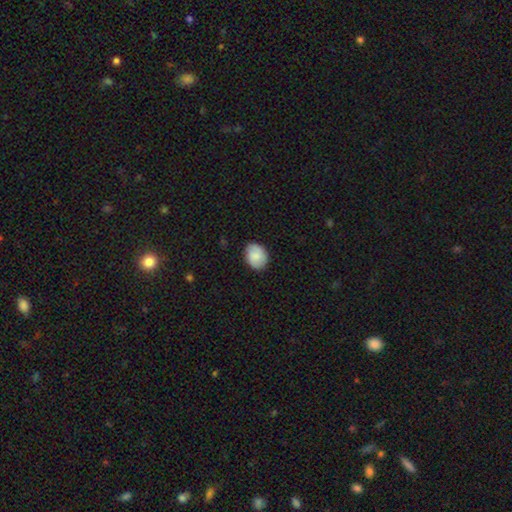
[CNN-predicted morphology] This appears to be a smooth galaxy with no disk features (84%) that is in between round and cigar-shaped (63%). Merging: none (85%).